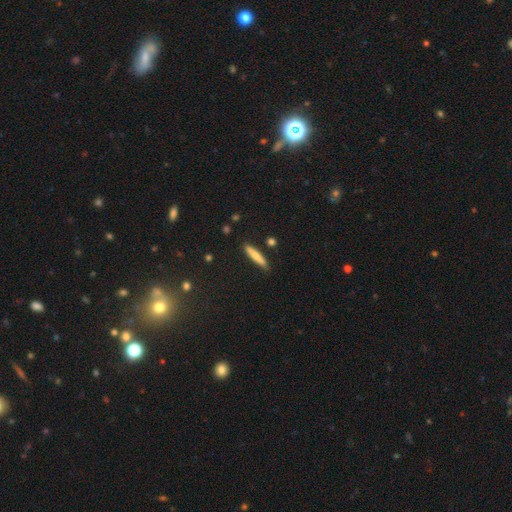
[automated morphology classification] Smooth or featured: smooth — 70% (featured or disk — 24%)
How rounded: cigar-shaped — 88% (in between — 10%)
Merging: none — 85% (minor disturbance — 10%)